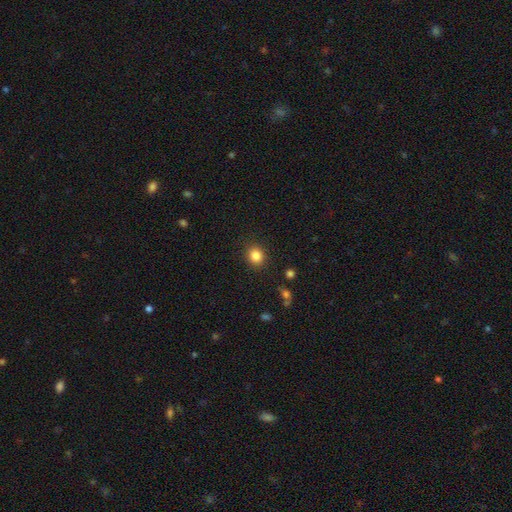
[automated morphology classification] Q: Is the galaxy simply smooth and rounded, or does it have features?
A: smooth — 84%.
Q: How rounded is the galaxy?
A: round — 77%.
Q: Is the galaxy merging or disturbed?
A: none — 90%.